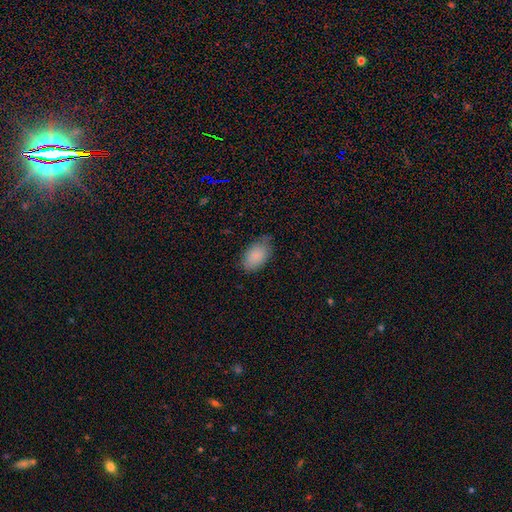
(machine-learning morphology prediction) Smooth or featured: smooth — 88% (star or artifact — 6%)
How rounded: in between — 93% (round — 6%)
Merging: none — 71% (minor disturbance — 24%)